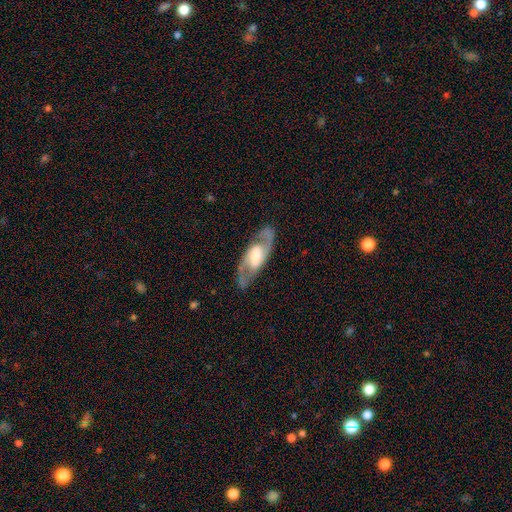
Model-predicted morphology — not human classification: Q: Smooth or featured?
A: featured or disk (85%); runner-up: smooth (11%)
Q: Edge-on disk?
A: no (92%); runner-up: yes (8%)
Q: Bar?
A: weak (42%); runner-up: no (29%)
Q: Spiral arms?
A: yes (93%); runner-up: no (7%)
Q: Spiral winding?
A: medium (57%); runner-up: tight (23%)
Q: Spiral arm count?
A: 2 (92%); runner-up: can't tell (4%)
Q: Bulge size?
A: moderate (40%); runner-up: large (34%)
Q: Merging?
A: none (84%); runner-up: minor disturbance (11%)